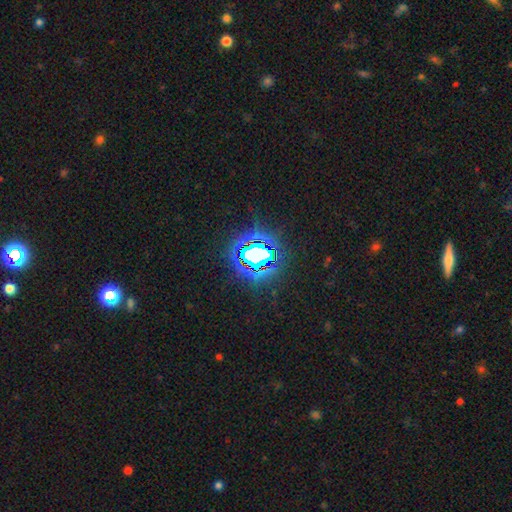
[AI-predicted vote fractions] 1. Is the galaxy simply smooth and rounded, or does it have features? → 74% star or artifact, 14% smooth, 12% featured or disk.